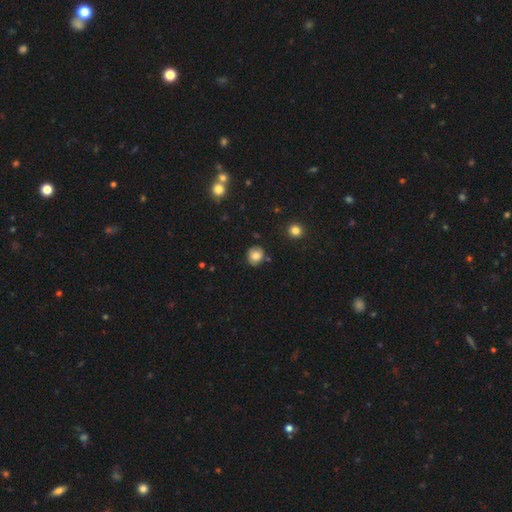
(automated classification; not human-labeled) smooth_or_featured: smooth (p=0.80) [alt: star or artifact p=0.10]
how_rounded: round (p=0.83) [alt: in between p=0.16]
merging: none (p=0.82) [alt: minor disturbance p=0.12]